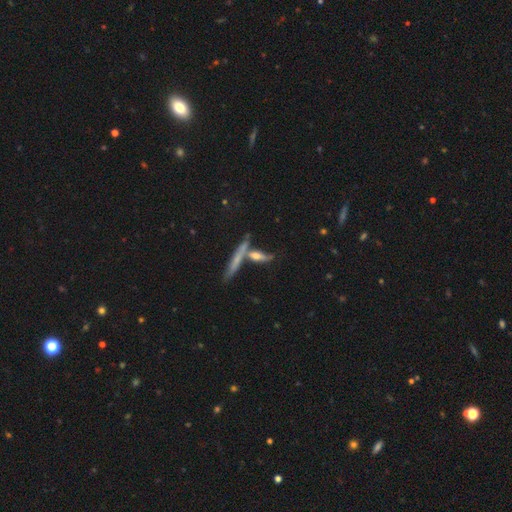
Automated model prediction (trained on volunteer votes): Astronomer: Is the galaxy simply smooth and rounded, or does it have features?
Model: featured or disk — 45% (runner-up: smooth, 44%).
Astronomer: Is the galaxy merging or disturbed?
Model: none — 50% (runner-up: merger, 30%).